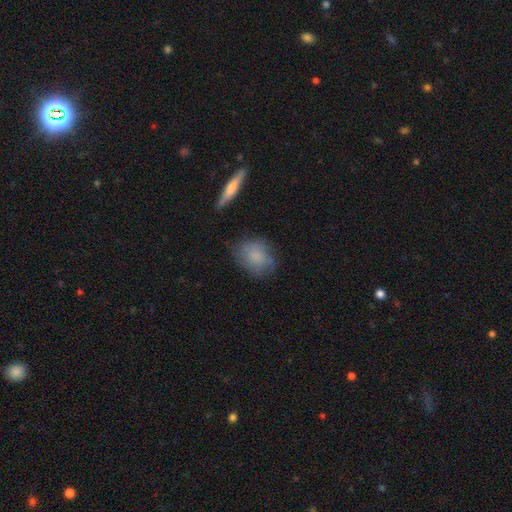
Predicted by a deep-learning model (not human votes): The model was most divided on "how rounded": in between: 52%, round: 45%, cigar-shaped: 2%. More confident: smooth or featured — smooth (78%); merging — none (67%).